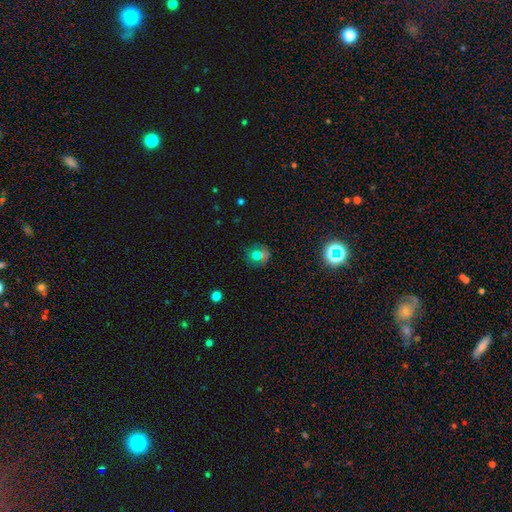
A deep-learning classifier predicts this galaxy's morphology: This is likely a smooth galaxy (62%). How rounded: clearly round (82%). Merging: likely none (68%).